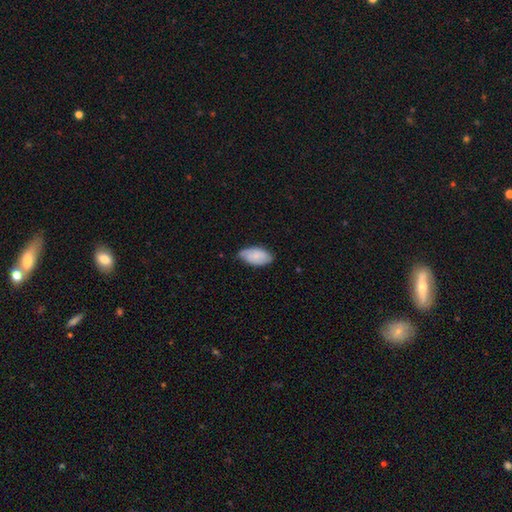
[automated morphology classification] Smooth or featured? Predicted: smooth (p=0.78). How rounded? Predicted: in between (p=0.95). Merging? Predicted: none (p=0.63).